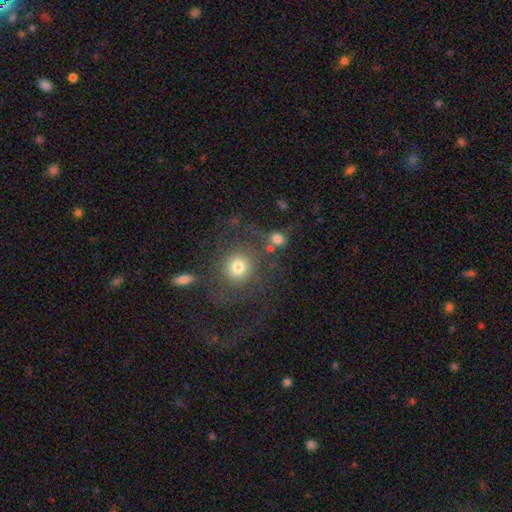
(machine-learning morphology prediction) This appears to be a featured or disk galaxy (46%). Merging: none (56%).